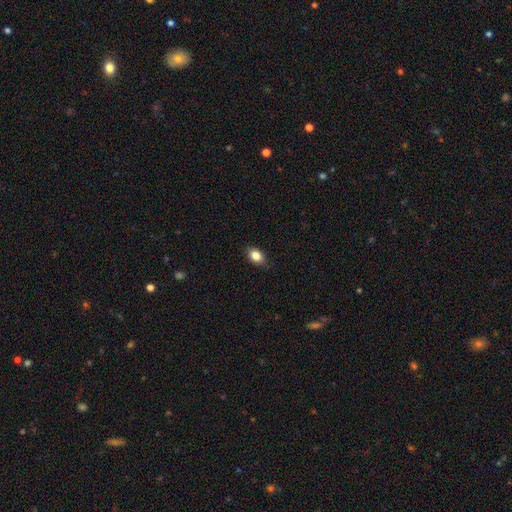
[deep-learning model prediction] This is clearly a smooth galaxy (85%). How rounded: clearly in between (80%). Merging: clearly none (84%).